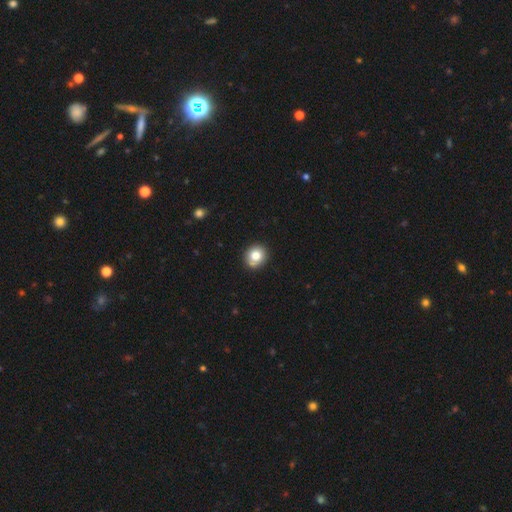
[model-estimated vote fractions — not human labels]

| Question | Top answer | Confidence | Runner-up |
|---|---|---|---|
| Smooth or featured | smooth | 79% | star or artifact (11%) |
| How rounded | round | 80% | in between (19%) |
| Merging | none | 81% | minor disturbance (12%) |